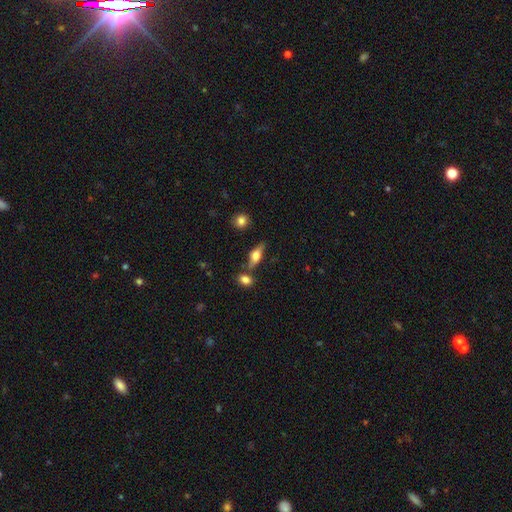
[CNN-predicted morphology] Smooth or featured? Predicted: smooth (p=0.52). How rounded? Predicted: in between (p=0.63). Merging? Predicted: none (p=0.69).